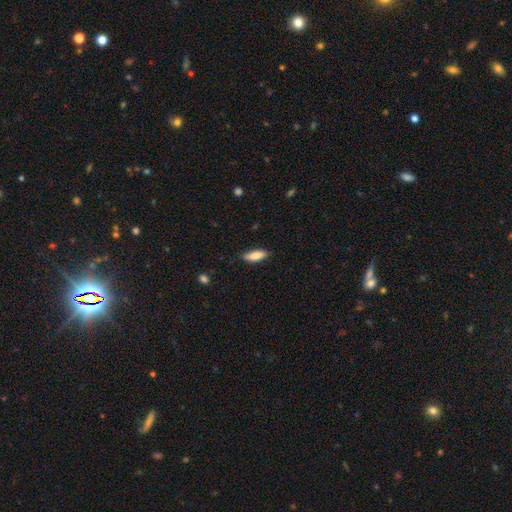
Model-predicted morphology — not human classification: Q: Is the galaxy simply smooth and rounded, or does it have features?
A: smooth — 84%.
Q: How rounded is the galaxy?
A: in between — 58%.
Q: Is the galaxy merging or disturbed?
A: none — 82%.